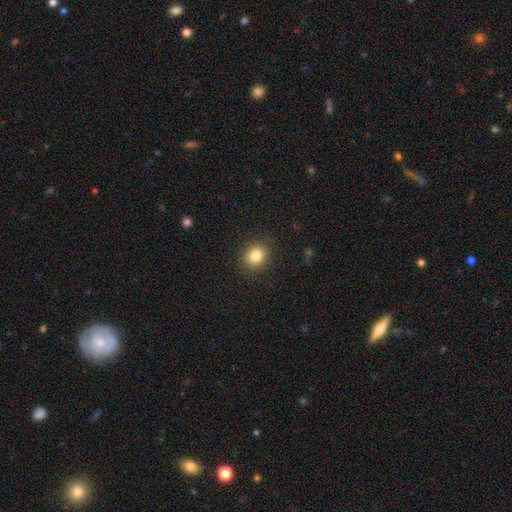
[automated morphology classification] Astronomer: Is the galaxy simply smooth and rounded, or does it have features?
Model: smooth — 83%.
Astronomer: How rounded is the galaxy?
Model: round — 73%.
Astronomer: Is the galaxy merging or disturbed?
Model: none — 89%.